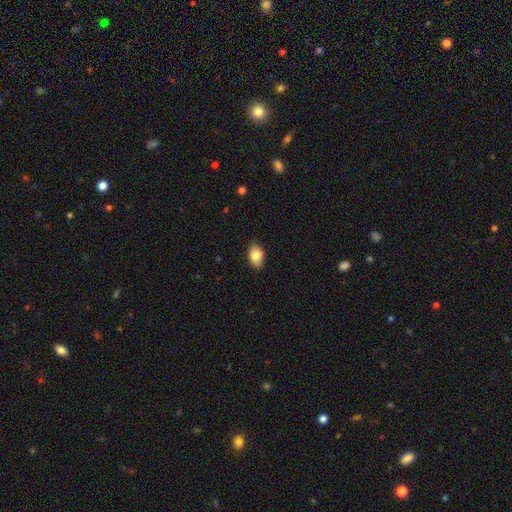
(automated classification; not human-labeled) A smooth galaxy with no disk features (84%) that is in between round and cigar-shaped (85%). Merging: none (87%).